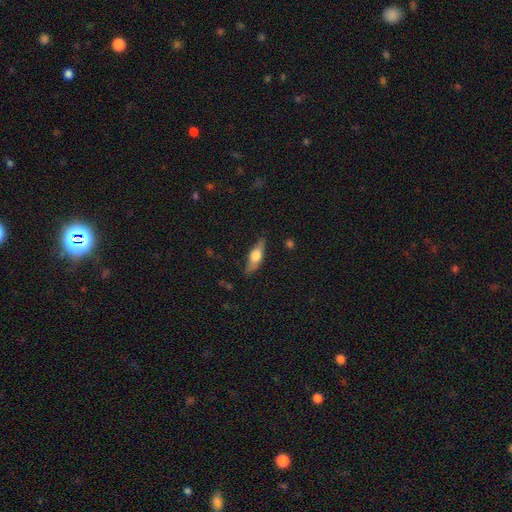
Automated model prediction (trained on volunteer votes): Morphology: type=smooth (47%, tied with featured or disk); merging=none (82%).